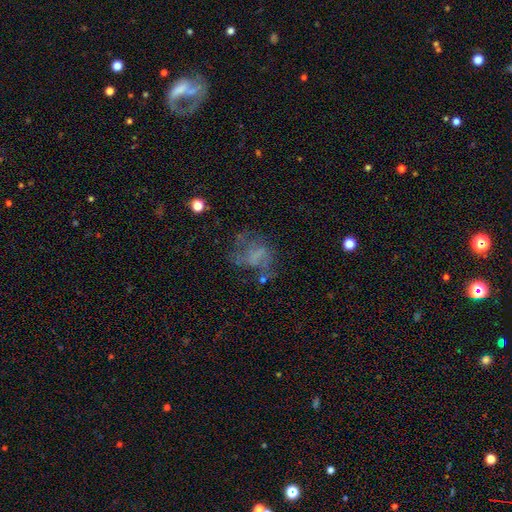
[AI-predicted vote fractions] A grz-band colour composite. It shows a featured or disk galaxy (46%). Merging: none (42%).